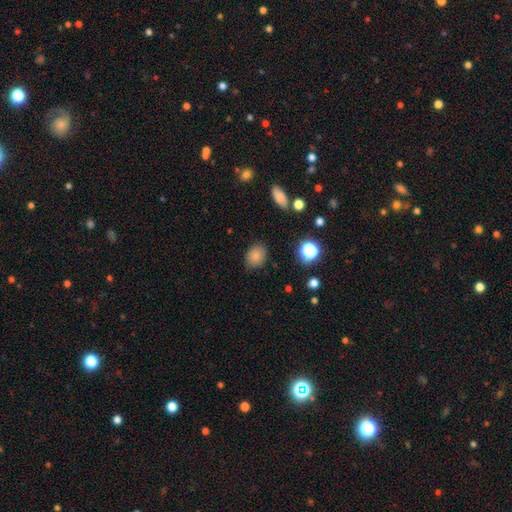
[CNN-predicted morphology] Q: Smooth or featured?
A: smooth (82%); runner-up: star or artifact (12%)
Q: How rounded?
A: in between (54%); runner-up: round (45%)
Q: Merging?
A: none (83%); runner-up: minor disturbance (12%)